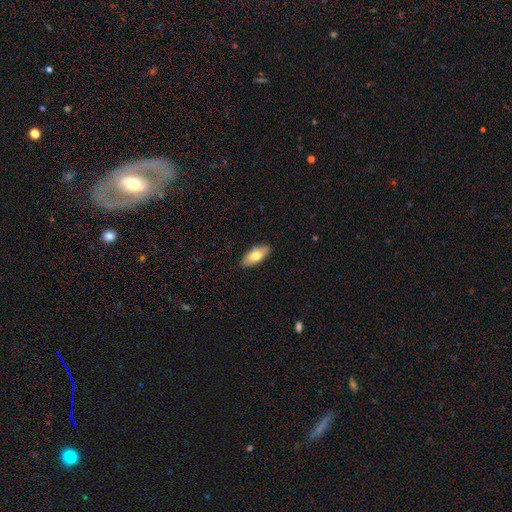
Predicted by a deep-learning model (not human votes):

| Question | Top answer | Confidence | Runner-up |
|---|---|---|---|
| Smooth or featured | smooth | 72% | featured or disk (22%) |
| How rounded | in between | 84% | cigar-shaped (14%) |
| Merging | none | 87% | minor disturbance (10%) |